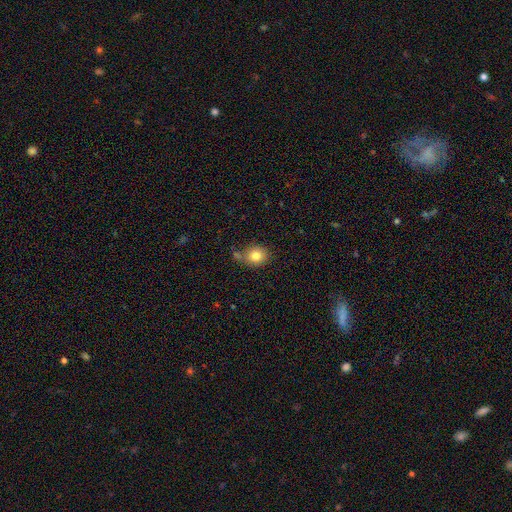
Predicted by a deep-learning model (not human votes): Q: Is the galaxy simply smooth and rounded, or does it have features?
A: smooth — 81%.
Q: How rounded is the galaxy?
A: round — 73%.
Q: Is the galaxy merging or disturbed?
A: none — 63%.